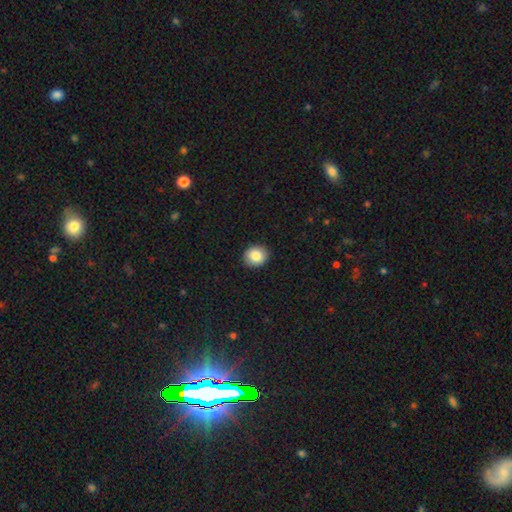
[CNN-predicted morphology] Q: Smooth or featured?
A: smooth (86%); runner-up: star or artifact (8%)
Q: How rounded?
A: round (78%); runner-up: in between (21%)
Q: Merging?
A: none (91%); runner-up: minor disturbance (6%)